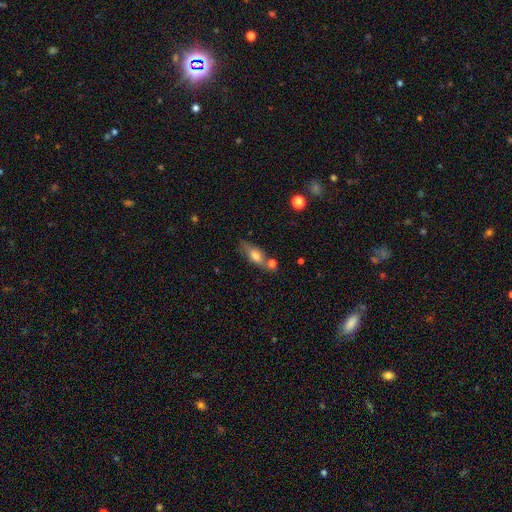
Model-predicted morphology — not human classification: Smooth or featured?
  - smooth: 66% *
  - featured or disk: 25%
  - star or artifact: 8%
How rounded?
  - in between: 70% *
  - cigar-shaped: 23%
  - round: 7%
Merging?
  - none: 55% *
  - merger: 21%
  - minor disturbance: 18%
  - major disturbance: 6%